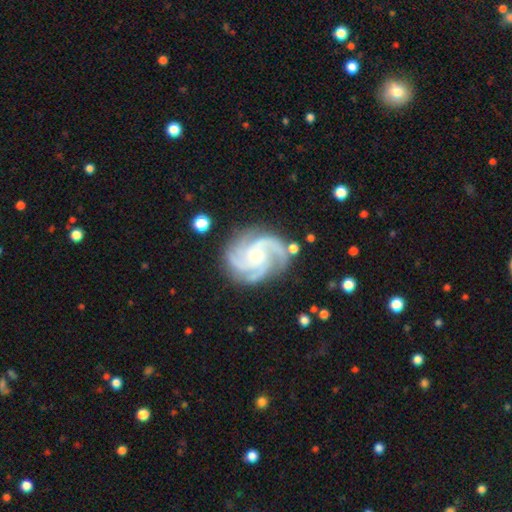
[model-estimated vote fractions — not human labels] This is clearly a featured or disk galaxy (92%). It is clearly not viewed edge-on (98%). Bar: likely no (69%). Spiral arm pattern: clearly yes (99%). Spiral arm count: possibly 3 (56%). Spiral winding: possibly medium (48%). Central bulge: possibly small (58%). Merging: likely none (79%).